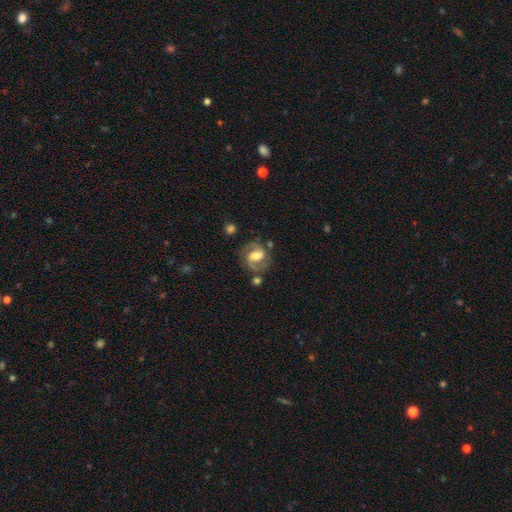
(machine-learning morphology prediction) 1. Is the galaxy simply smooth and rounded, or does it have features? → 75% featured or disk, 18% smooth, 7% star or artifact.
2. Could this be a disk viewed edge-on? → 97% no, 3% yes.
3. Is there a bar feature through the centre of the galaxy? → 45% weak, 29% strong, 26% no.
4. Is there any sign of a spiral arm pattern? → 91% yes, 9% no.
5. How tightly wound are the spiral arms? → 55% medium, 27% tight, 18% loose.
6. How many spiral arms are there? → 87% 2, 5% can't tell, 4% 1, 1% 3, 1% 4, 1% more than 4.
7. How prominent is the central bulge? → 61% moderate, 18% large, 16% small, 2% none, 2% dominant.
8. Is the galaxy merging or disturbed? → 70% none, 17% minor disturbance, 8% major disturbance, 6% merger.